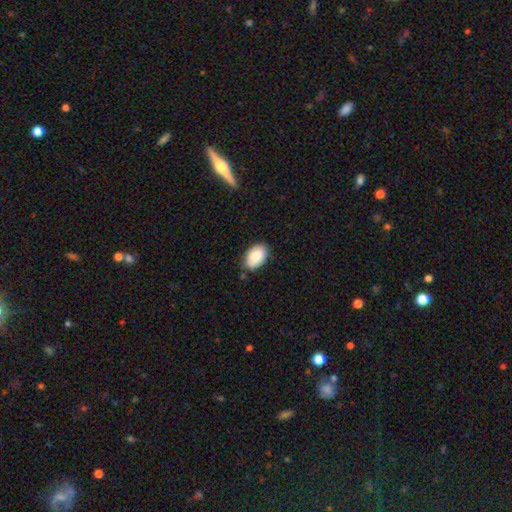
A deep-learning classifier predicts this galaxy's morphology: The model was most divided on "merging": none: 71%, minor disturbance: 22%, major disturbance: 4%, merger: 3%. More confident: how rounded — in between (90%); smooth or featured — smooth (82%).